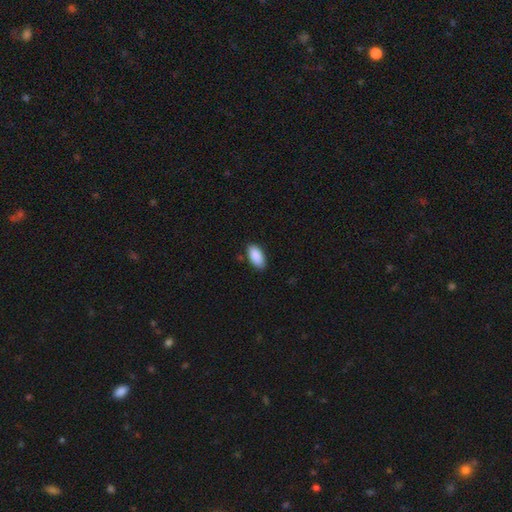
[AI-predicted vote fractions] Smooth or featured? smooth (89%)
How rounded? in between (94%)
Merging? none (82%)